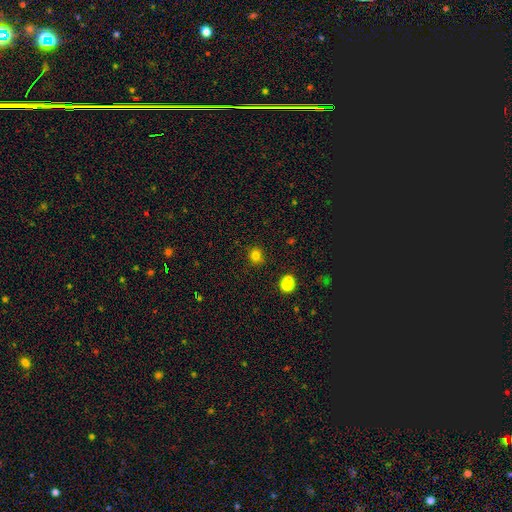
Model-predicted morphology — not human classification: smooth_or_featured: smooth (p=0.79) [alt: star or artifact p=0.15]
how_rounded: round (p=0.88) [alt: in between p=0.11]
merging: none (p=0.87) [alt: minor disturbance p=0.08]